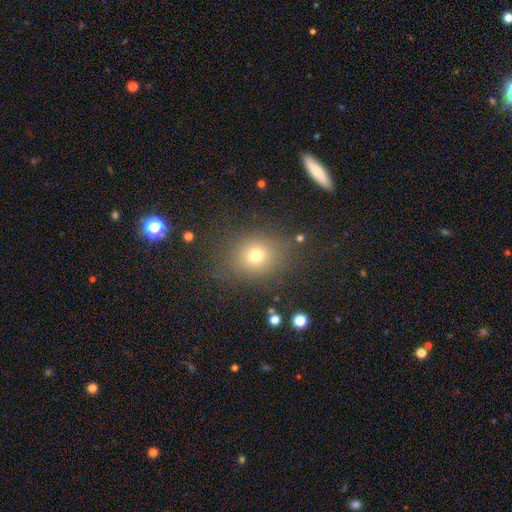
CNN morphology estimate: This is likely a smooth galaxy (72%). How rounded: likely round (62%). Merging: clearly none (81%).